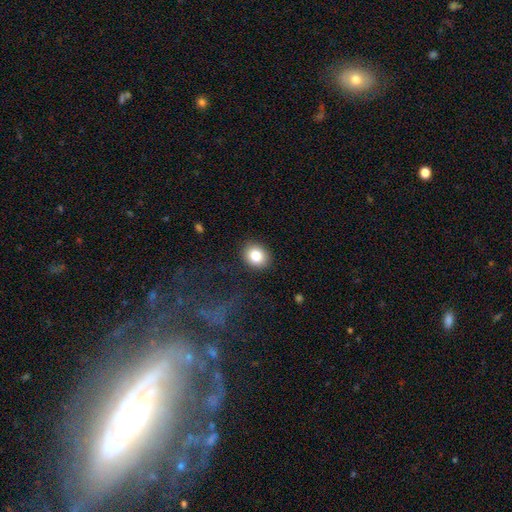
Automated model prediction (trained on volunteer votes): Smooth or featured? Predicted: smooth (p=0.83). How rounded? Predicted: round (p=0.59). Merging? Predicted: none (p=0.88).